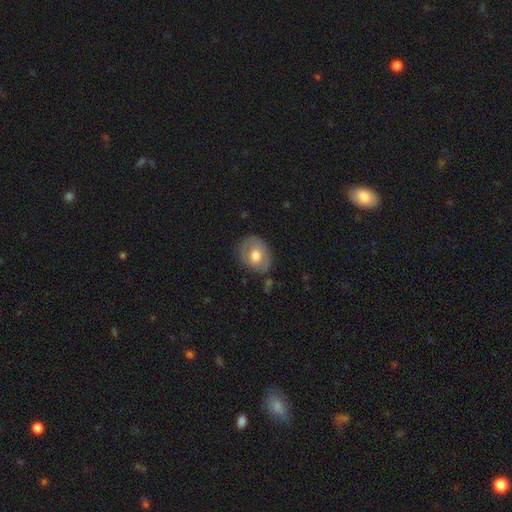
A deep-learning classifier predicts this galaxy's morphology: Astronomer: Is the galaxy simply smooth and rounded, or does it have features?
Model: smooth — 52% (runner-up: featured or disk, 42%).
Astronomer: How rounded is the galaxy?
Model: in between — 57% (runner-up: round, 41%).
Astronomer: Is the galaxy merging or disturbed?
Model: none — 70%.